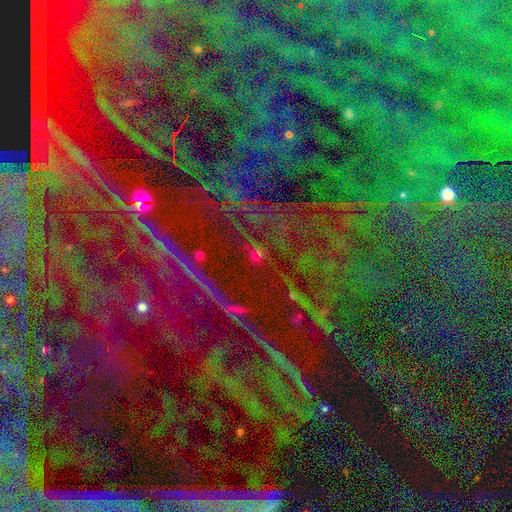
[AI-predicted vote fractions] The model was most divided on "smooth or featured": star or artifact: 77%, smooth: 13%, featured or disk: 10%.